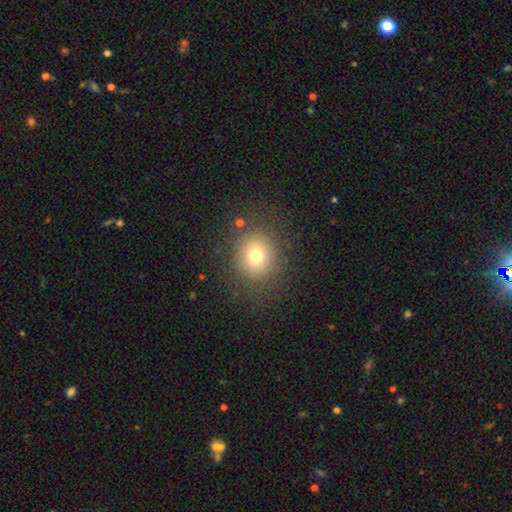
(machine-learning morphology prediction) type=smooth (75%); roundness=round (78%); merging=none (84%).